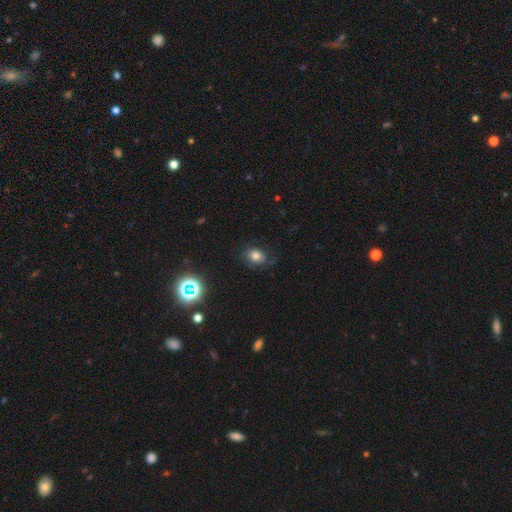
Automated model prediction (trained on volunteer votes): smooth_or_featured: smooth (p=0.73) [alt: star or artifact p=0.16]
how_rounded: in between (p=0.60) [alt: round p=0.39]
merging: none (p=0.71) [alt: minor disturbance p=0.20]